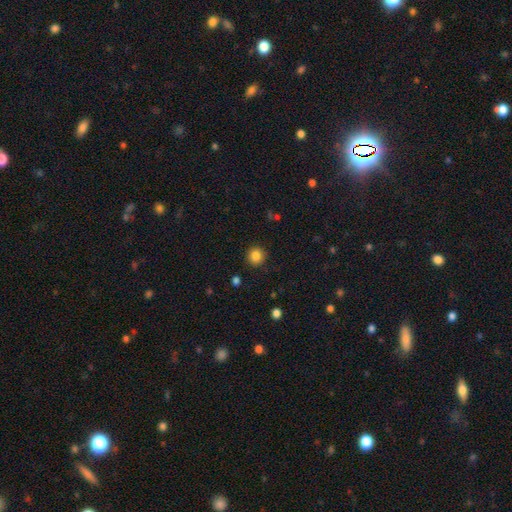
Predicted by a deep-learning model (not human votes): Morphology: type=smooth (84%); roundness=round (91%); merging=none (90%).